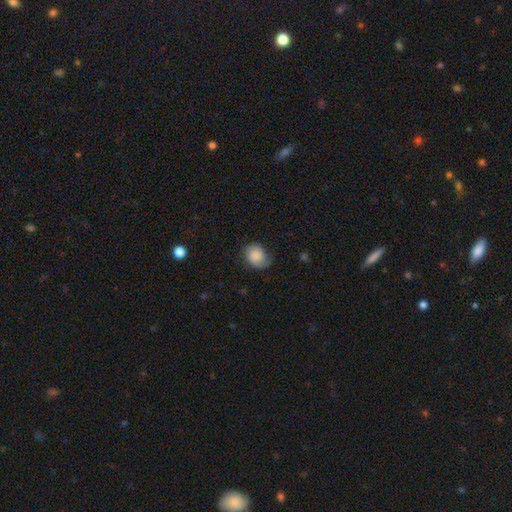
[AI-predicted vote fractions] A smooth galaxy with no disk features (77%) that is round (55%). Merging: none (60%).